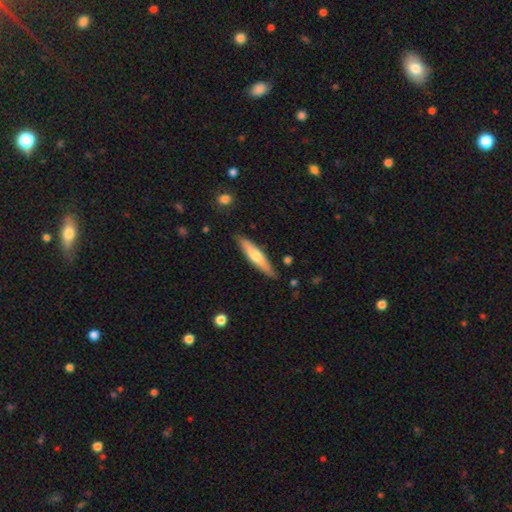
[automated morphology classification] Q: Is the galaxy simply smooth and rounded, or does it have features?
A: smooth — 61%.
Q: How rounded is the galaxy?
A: cigar-shaped — 80%.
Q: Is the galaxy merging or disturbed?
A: none — 84%.